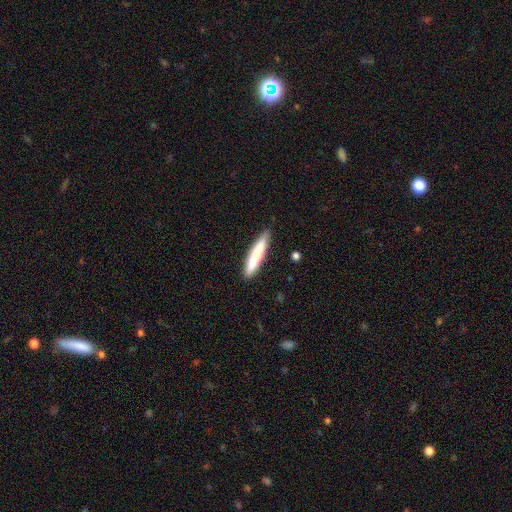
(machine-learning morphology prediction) smooth_or_featured: smooth (p=0.77) [alt: featured or disk p=0.17]
how_rounded: cigar-shaped (p=0.91) [alt: in between p=0.08]
merging: none (p=0.86) [alt: minor disturbance p=0.11]